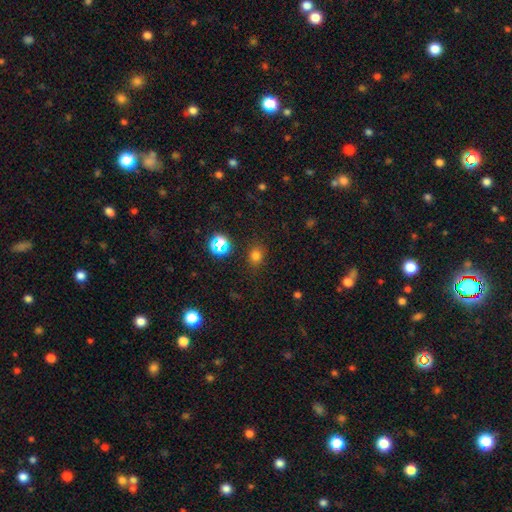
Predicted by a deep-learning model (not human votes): Morphology: type=smooth (73%); roundness=round (67%); merging=none (83%).